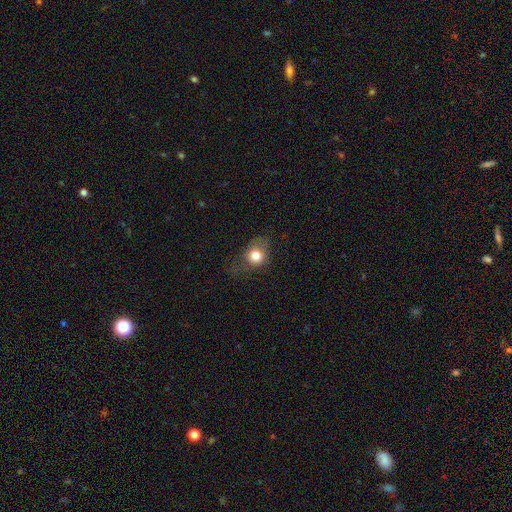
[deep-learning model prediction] Morphology: type=smooth (77%); roundness=round (61%); merging=none (48%).